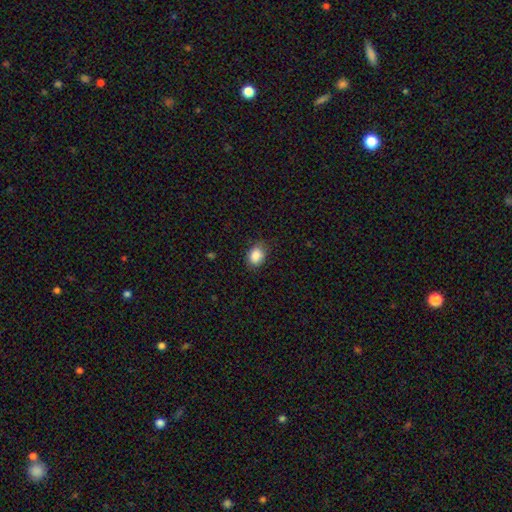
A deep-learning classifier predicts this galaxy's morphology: smooth-or-featured: smooth: 87% | star or artifact: 9% | featured or disk: 5%
  how-rounded: in between: 61% | round: 38% | cigar-shaped: 1%
  merging: none: 77% | minor disturbance: 18% | major disturbance: 3% | merger: 1%